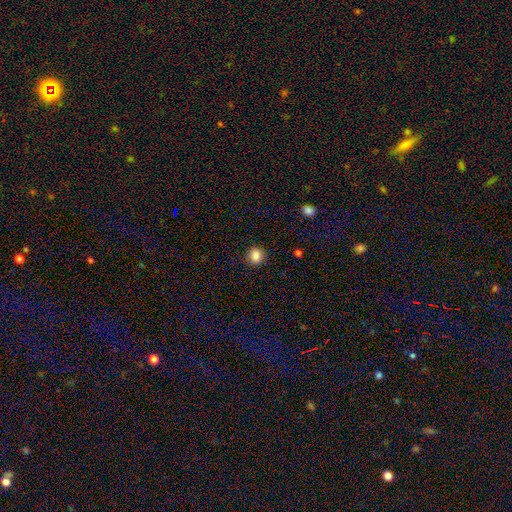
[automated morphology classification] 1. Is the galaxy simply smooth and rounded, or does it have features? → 87% smooth, 10% star or artifact, 3% featured or disk.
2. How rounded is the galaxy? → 83% round, 16% in between, 1% cigar-shaped.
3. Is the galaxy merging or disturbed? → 88% none, 9% minor disturbance, 3% major disturbance, 1% merger.